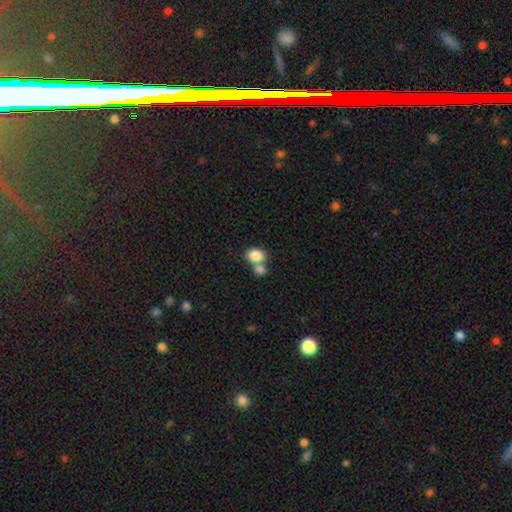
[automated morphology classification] A smooth galaxy with no disk features (84%) that is in between round and cigar-shaped (57%). Merging: merger (50%).